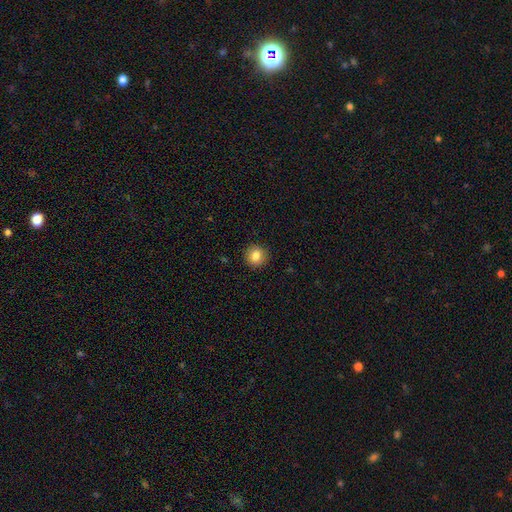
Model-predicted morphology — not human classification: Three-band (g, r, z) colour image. It shows a smooth galaxy with no disk features (85%) that is round (88%). Merging: none (91%).